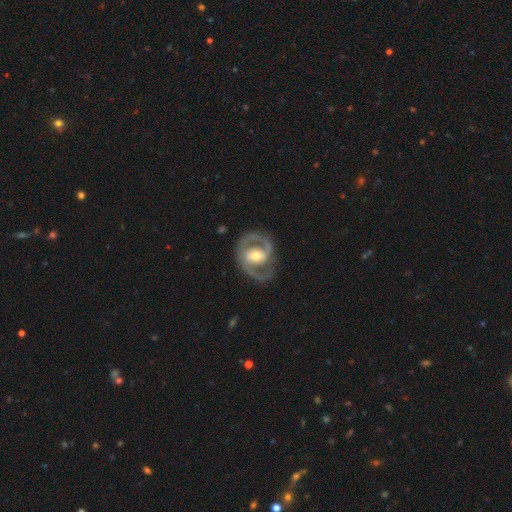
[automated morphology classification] This is clearly a featured or disk galaxy (85%). It is clearly not viewed edge-on (97%). Bar: marginally weak (38%). Spiral arm pattern: clearly yes (85%). Spiral arm count: clearly 2 (87%). Spiral winding: possibly medium (54%). Central bulge: likely moderate (69%). Merging: likely none (77%).